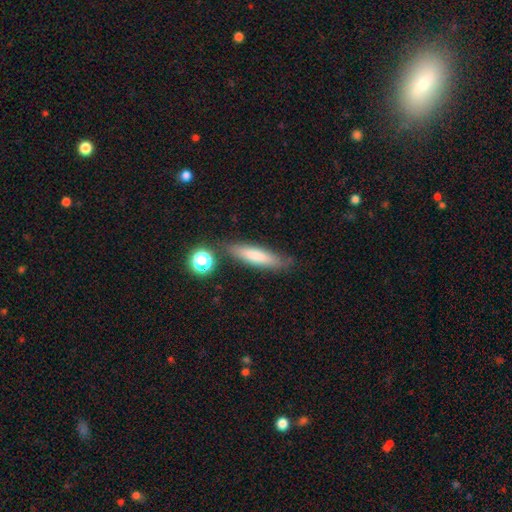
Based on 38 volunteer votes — Morphology: type=smooth (87%); roundness=cigar-shaped (73%); merging=none (68%).